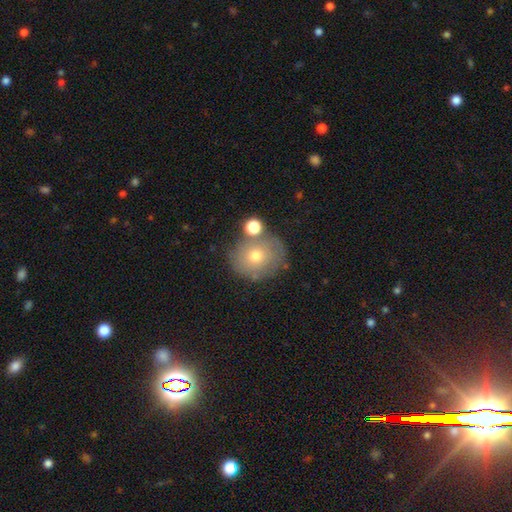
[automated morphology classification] This appears to be a smooth galaxy with no disk features (62%) that is round (77%). Merging: none (66%).